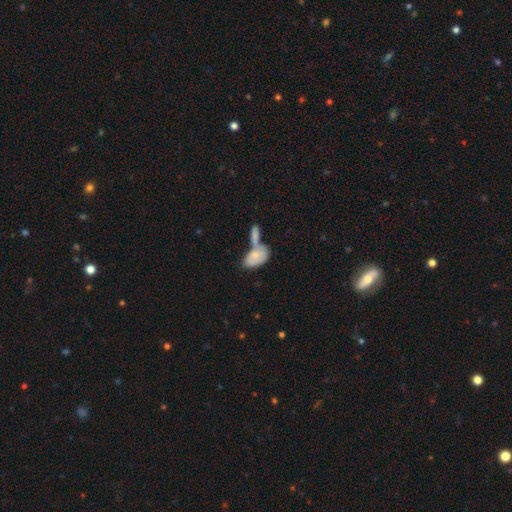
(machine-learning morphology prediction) smooth_or_featured: smooth (p=0.69) [alt: featured or disk p=0.25]
how_rounded: in between (p=0.91) [alt: round p=0.05]
merging: merger (p=0.53) [alt: none p=0.24]